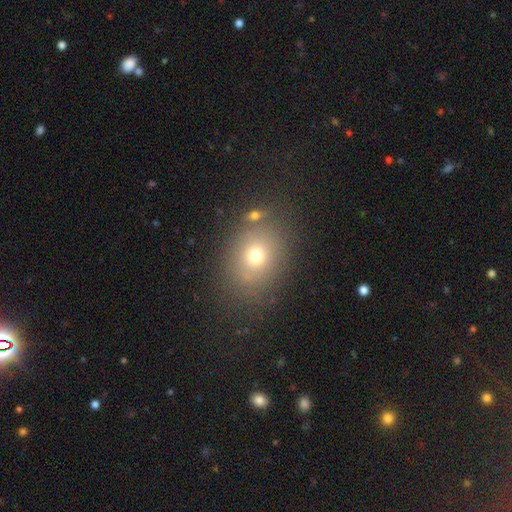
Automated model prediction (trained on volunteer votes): Smooth or featured? smooth (69%)
How rounded? in between (49%, tied with round)
Merging? none (76%)